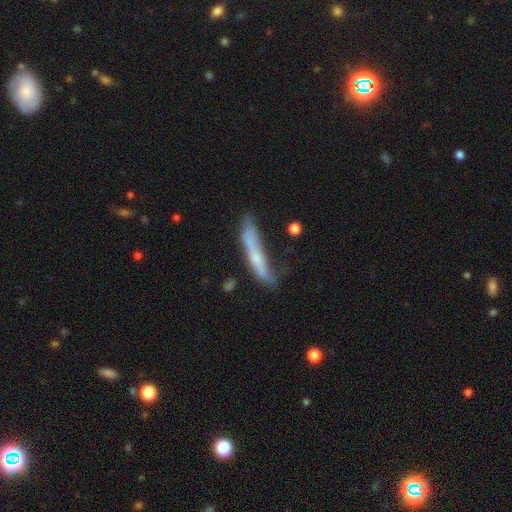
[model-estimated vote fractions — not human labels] Morphology: type=smooth (49%); merging=none (47%).